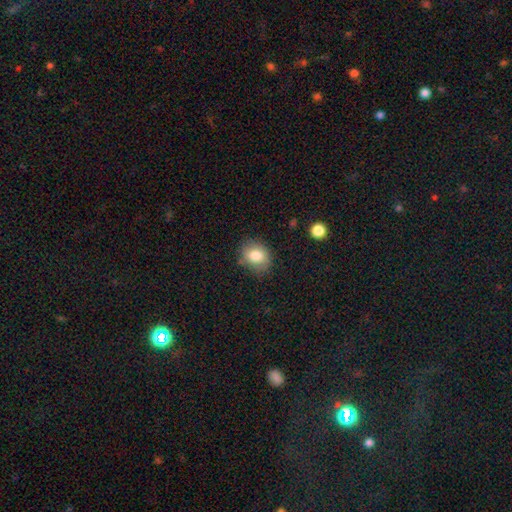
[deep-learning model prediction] Smooth or featured? smooth (82%)
How rounded? in between (50%)
Merging? none (73%)